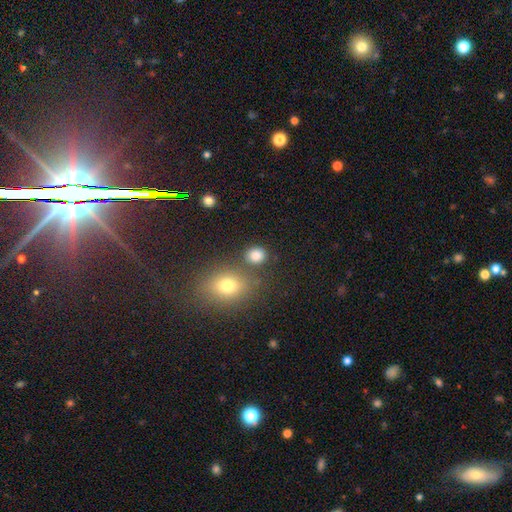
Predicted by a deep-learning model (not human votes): smooth_or_featured: smooth (p=0.83) [alt: star or artifact p=0.12]
how_rounded: round (p=0.66) [alt: in between p=0.32]
merging: none (p=0.76) [alt: minor disturbance p=0.10]